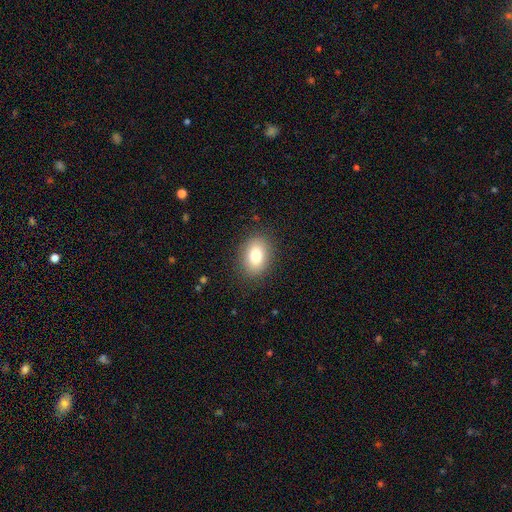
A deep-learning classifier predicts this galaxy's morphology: A smooth galaxy with no disk features (80%) that is in between round and cigar-shaped (73%). Merging: none (87%).